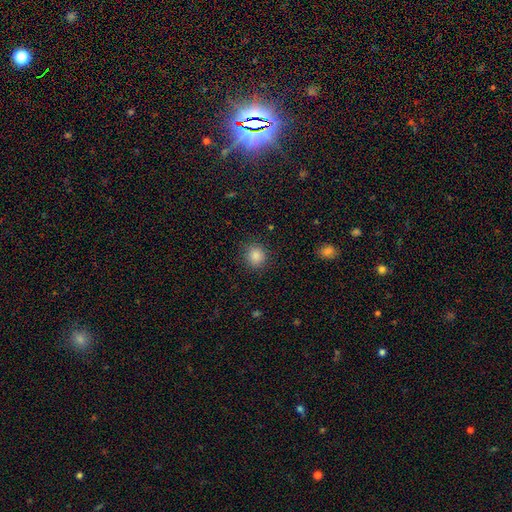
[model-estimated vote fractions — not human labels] Smooth or featured?
  - smooth: 86% *
  - star or artifact: 10%
  - featured or disk: 3%
How rounded?
  - round: 89% *
  - in between: 10%
  - cigar-shaped: 1%
Merging?
  - none: 88% *
  - minor disturbance: 8%
  - major disturbance: 3%
  - merger: 1%